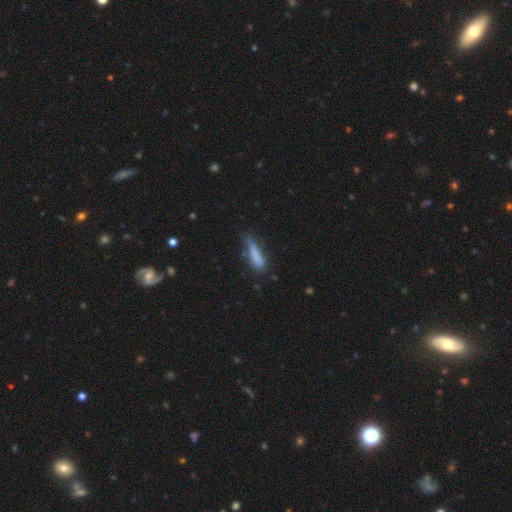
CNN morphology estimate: smooth 79%, featured or disk 14%, star or artifact 8%. Down the decision tree: how rounded — cigar-shaped (77%); merging — none (54%).